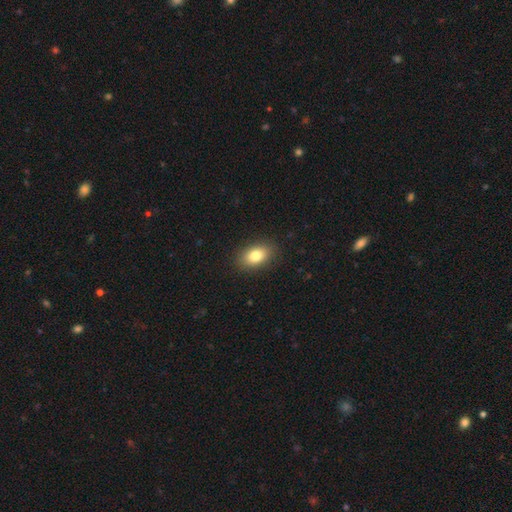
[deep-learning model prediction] Smooth or featured? Predicted: smooth (p=0.82). How rounded? Predicted: in between (p=0.86). Merging? Predicted: none (p=0.88).